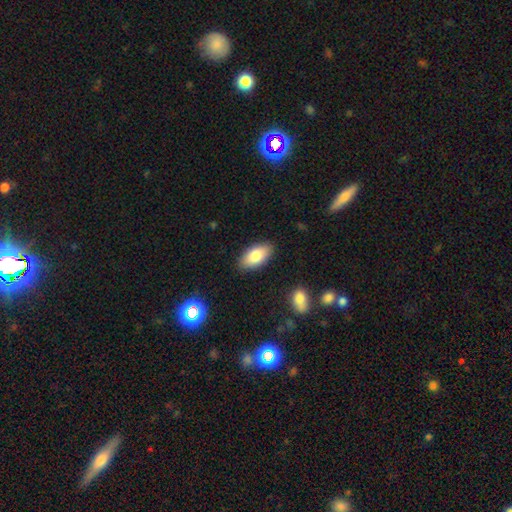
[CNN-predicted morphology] This is clearly a smooth galaxy (82%). How rounded: clearly in between (93%). Merging: clearly none (87%).